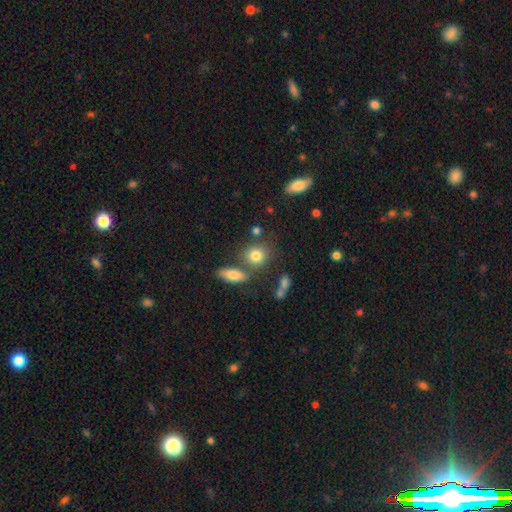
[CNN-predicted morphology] A smooth galaxy with no disk features (78%) that is round (69%).

Vote fractions:
- Smooth or featured? smooth: 78% / star or artifact: 11% / featured or disk: 11%
- How rounded? round: 69% / in between: 28% / cigar-shaped: 3%
- Merging? none: 66% / merger: 19% / minor disturbance: 11% / major disturbance: 4%